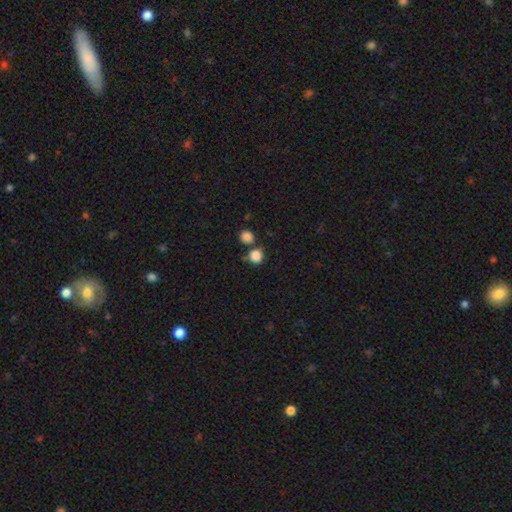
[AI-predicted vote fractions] Smooth or featured? Predicted: smooth (p=0.86). How rounded? Predicted: round (p=0.86). Merging? Predicted: none (p=0.63).